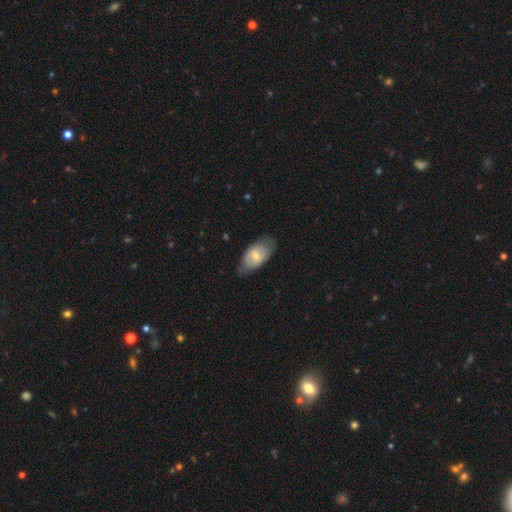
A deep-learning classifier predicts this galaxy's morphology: Smooth or featured?
  - smooth: 59% *
  - featured or disk: 36%
  - star or artifact: 6%
How rounded?
  - in between: 93% *
  - round: 4%
  - cigar-shaped: 3%
Merging?
  - none: 71% *
  - minor disturbance: 23%
  - major disturbance: 5%
  - merger: 1%